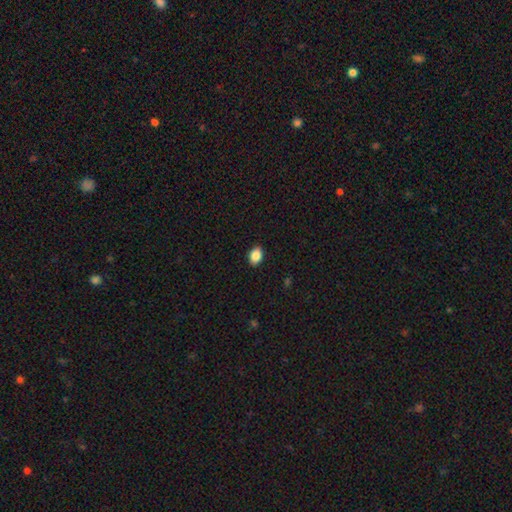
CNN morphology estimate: smooth_or_featured: smooth (p=0.88) [alt: star or artifact p=0.08]
how_rounded: in between (p=0.75) [alt: round p=0.24]
merging: none (p=0.90) [alt: minor disturbance p=0.08]